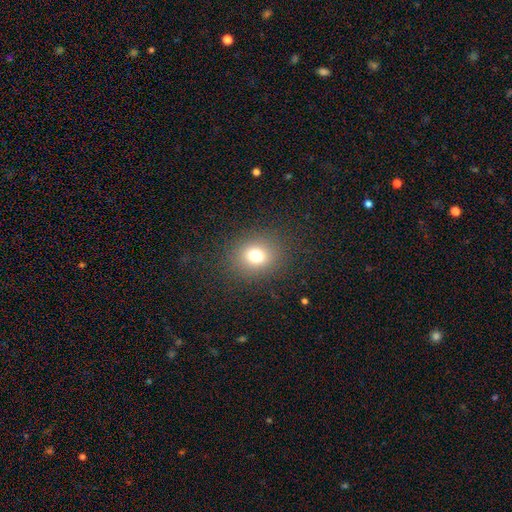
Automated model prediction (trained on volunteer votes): Smooth or featured? Predicted: smooth (p=0.74). How rounded? Predicted: round (p=0.68). Merging? Predicted: none (p=0.87).